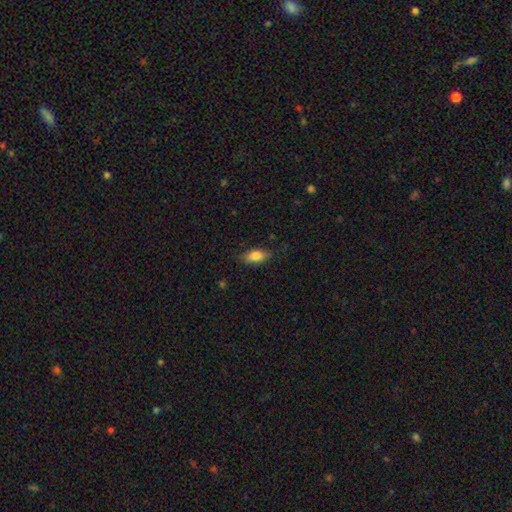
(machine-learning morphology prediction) Smooth or featured? smooth (81%)
How rounded? in between (85%)
Merging? none (80%)